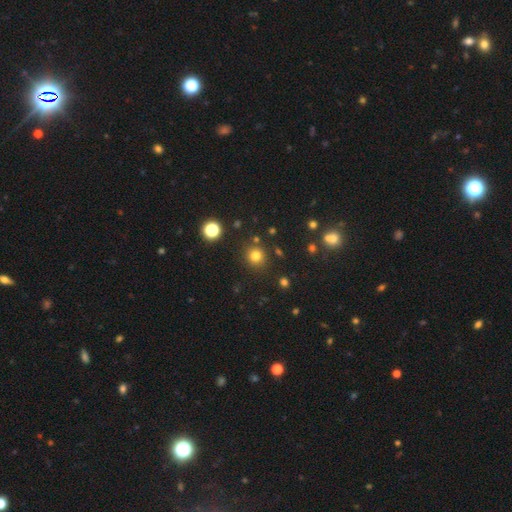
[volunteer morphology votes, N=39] Q: Smooth or featured?
A: smooth (77%); runner-up: featured or disk (18%)
Q: How rounded?
A: round (97%); runner-up: in between (3%)
Q: Merging?
A: none (84%); runner-up: merger (8%)